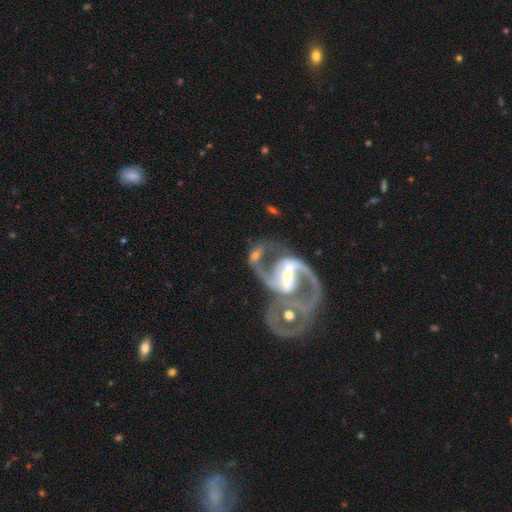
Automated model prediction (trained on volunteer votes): A featured or disk galaxy (89%) with a strong bar (56%), 2 (91%) medium (52%) spiral arms (95%) and a small central bulge (40%). Merging: none (38%).